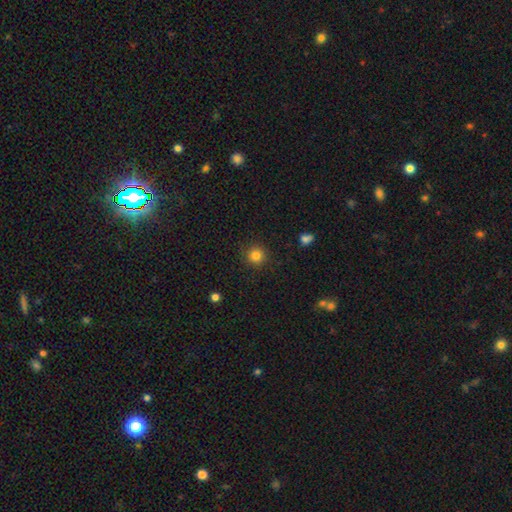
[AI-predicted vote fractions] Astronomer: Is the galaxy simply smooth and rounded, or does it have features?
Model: smooth — 83%.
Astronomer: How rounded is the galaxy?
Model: round — 94%.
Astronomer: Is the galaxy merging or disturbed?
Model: none — 90%.